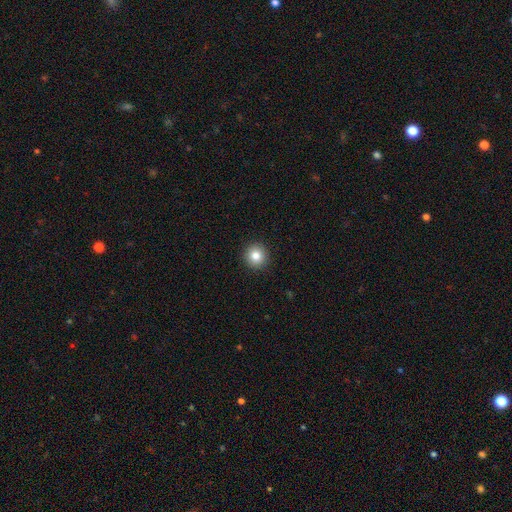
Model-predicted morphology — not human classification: This appears to be a smooth galaxy with no disk features (82%) that is round (94%). Merging: none (93%).